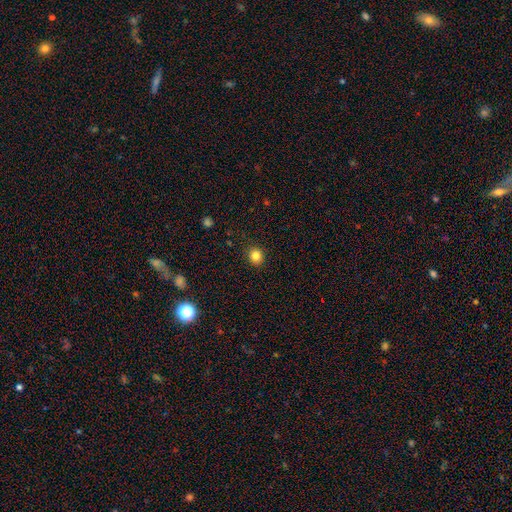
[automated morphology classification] A smooth galaxy with no disk features (83%) that is round (80%).

Vote fractions:
- Smooth or featured? smooth: 83% / star or artifact: 12% / featured or disk: 5%
- How rounded? round: 80% / in between: 19% / cigar-shaped: 1%
- Merging? none: 91% / minor disturbance: 7% / major disturbance: 2% / merger: 1%